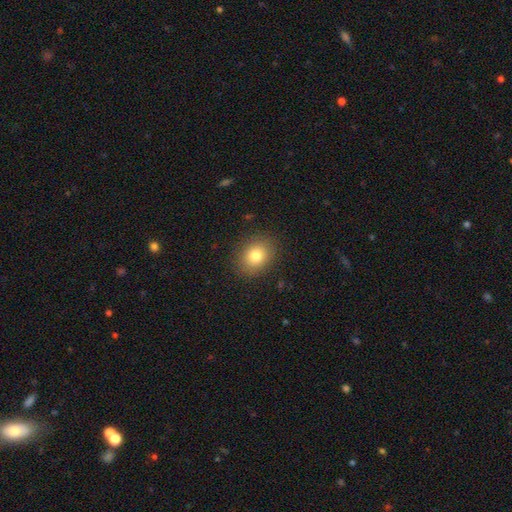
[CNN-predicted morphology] smooth 80%, star or artifact 11%, featured or disk 10%. Down the decision tree: how rounded — round (58%); merging — none (88%).